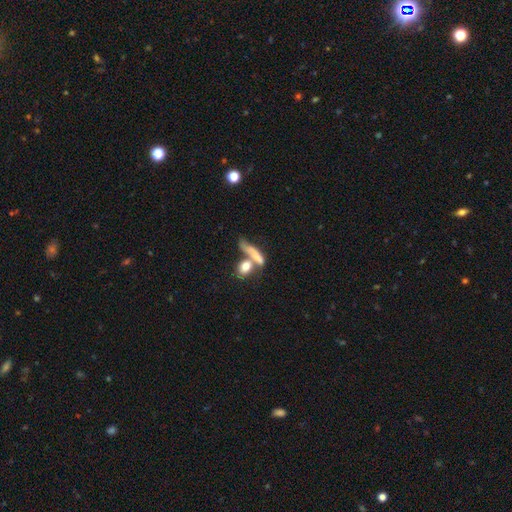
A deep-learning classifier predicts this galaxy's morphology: smooth_or_featured: smooth (p=0.66) [alt: featured or disk p=0.25]
how_rounded: in between (p=0.44) [alt: cigar-shaped p=0.40]
merging: merger (p=0.46) [alt: none p=0.28]